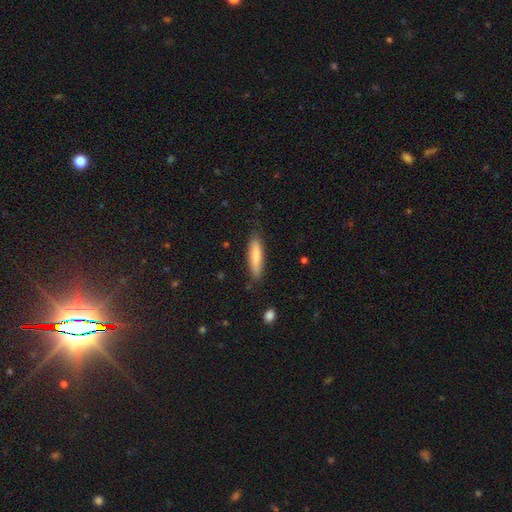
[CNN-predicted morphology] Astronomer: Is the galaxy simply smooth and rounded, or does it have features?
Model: smooth — 81%.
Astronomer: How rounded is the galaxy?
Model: cigar-shaped — 69%.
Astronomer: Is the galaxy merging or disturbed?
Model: none — 82%.